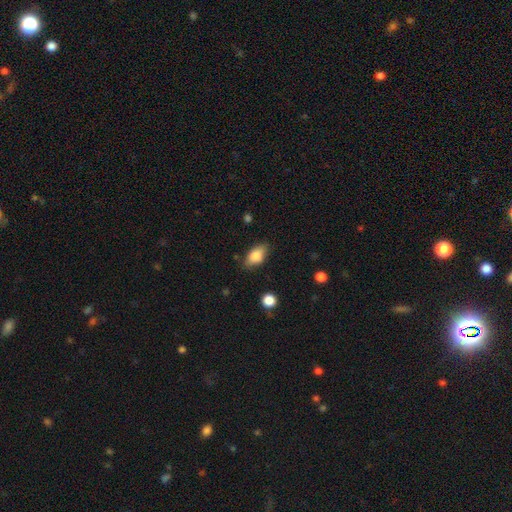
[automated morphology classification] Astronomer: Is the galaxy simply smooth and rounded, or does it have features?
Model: smooth — 82%.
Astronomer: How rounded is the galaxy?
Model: in between — 88%.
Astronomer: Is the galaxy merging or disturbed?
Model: none — 79%.